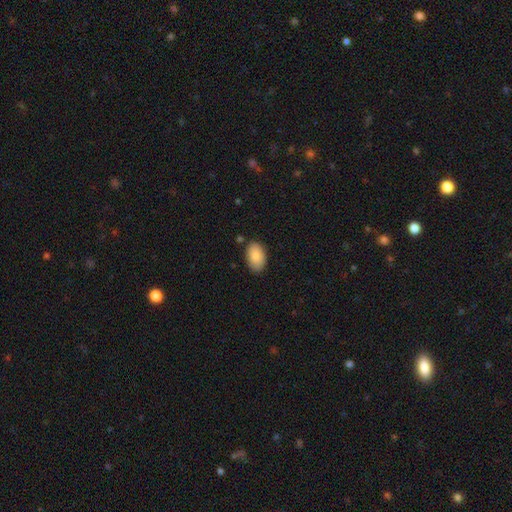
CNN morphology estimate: This is clearly a smooth galaxy (87%). How rounded: clearly in between (94%). Merging: clearly none (83%).